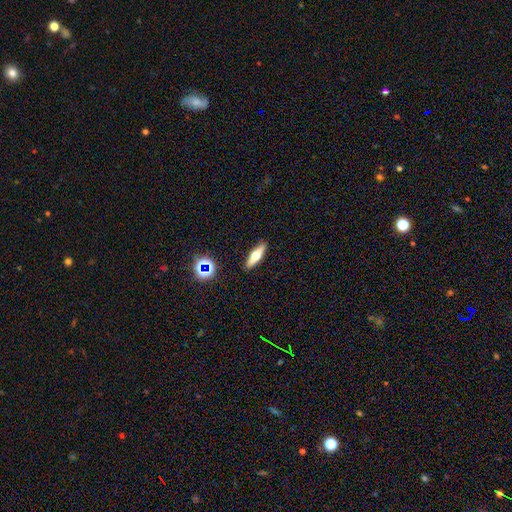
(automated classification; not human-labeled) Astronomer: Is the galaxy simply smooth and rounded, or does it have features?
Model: featured or disk — 49% (runner-up: smooth, 42%).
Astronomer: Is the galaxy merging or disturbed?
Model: none — 90%.